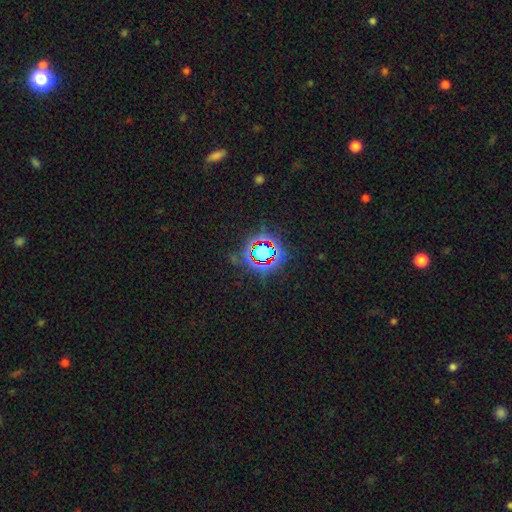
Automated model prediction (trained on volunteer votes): smooth-or-featured: star or artifact: 80% | smooth: 12% | featured or disk: 8%